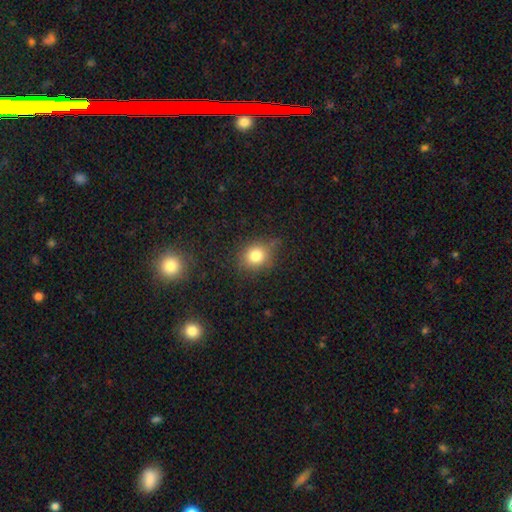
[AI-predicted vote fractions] A smooth galaxy with no disk features (79%) that is round (68%). Merging: none (69%).